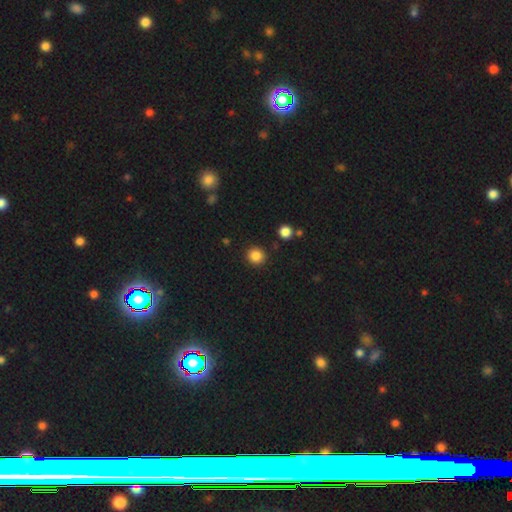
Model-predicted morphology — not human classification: The model was most divided on "smooth or featured": smooth: 85%, star or artifact: 11%, featured or disk: 4%. More confident: how rounded — round (91%); merging — none (90%).